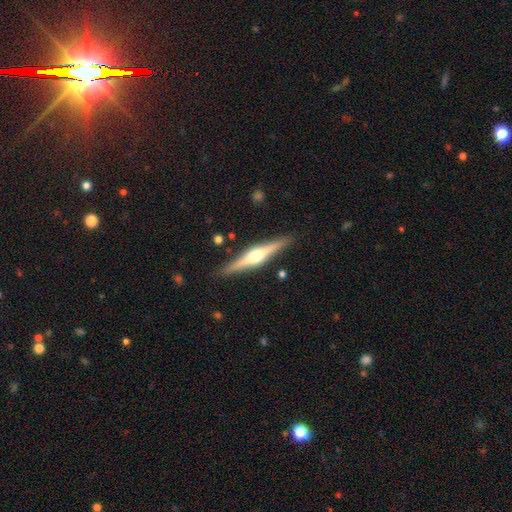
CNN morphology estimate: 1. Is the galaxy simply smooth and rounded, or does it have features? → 76% featured or disk, 19% smooth, 5% star or artifact.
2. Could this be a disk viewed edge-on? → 98% yes, 2% no.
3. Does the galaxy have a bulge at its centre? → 94% rounded, 4% boxy, 2% none.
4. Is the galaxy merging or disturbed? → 90% none, 7% minor disturbance, 2% major disturbance, 1% merger.